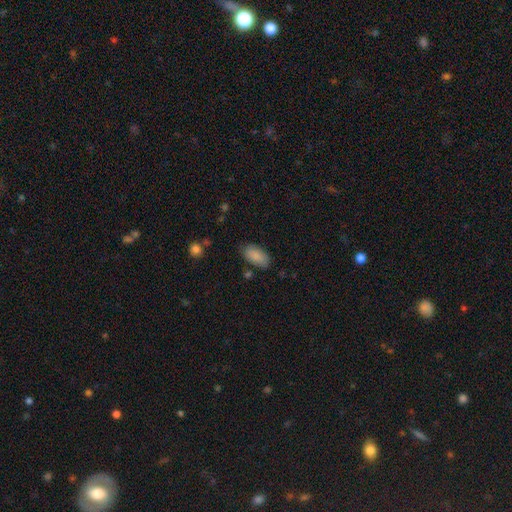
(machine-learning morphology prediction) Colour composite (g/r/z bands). It shows a smooth galaxy with no disk features (87%) that is in between round and cigar-shaped (93%). Merging: none (78%).